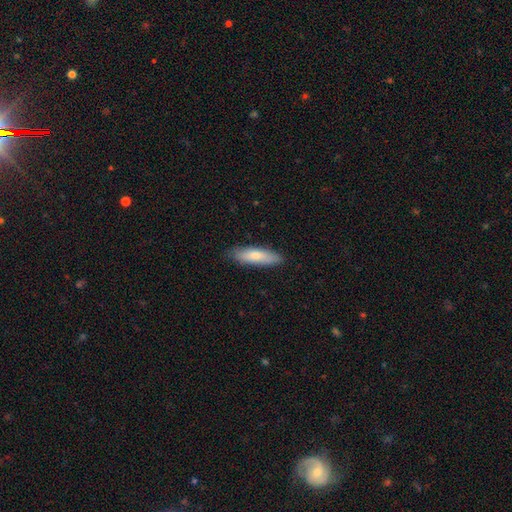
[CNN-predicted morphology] This is likely a smooth galaxy (76%). How rounded: likely cigar-shaped (62%). Merging: clearly none (85%).